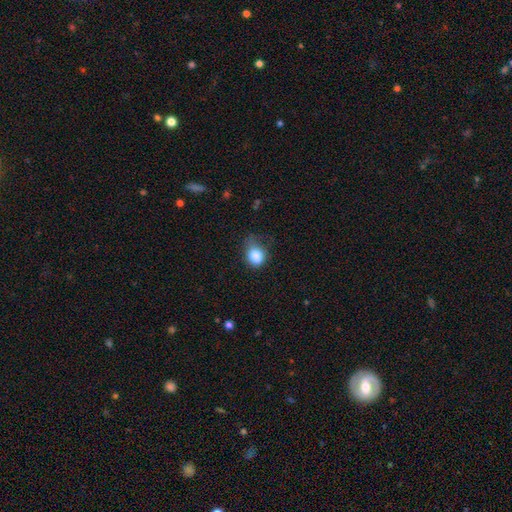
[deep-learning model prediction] Morphology: type=smooth (83%); roundness=round (59%); merging=none (41%).